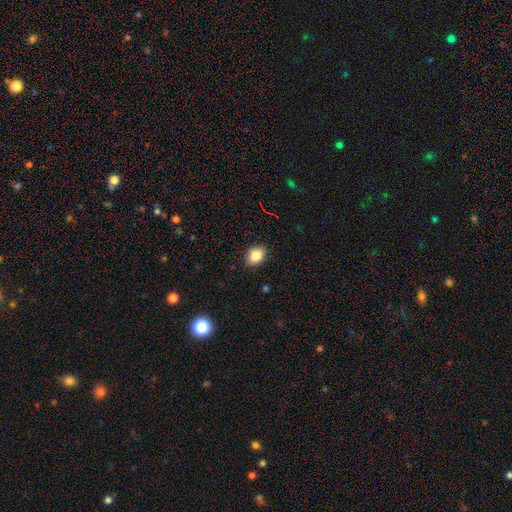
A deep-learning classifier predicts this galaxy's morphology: A smooth galaxy with no disk features (83%) that is in between round and cigar-shaped (63%).

Vote fractions:
- Smooth or featured? smooth: 83% / star or artifact: 10% / featured or disk: 7%
- How rounded? in between: 63% / round: 36% / cigar-shaped: 1%
- Merging? none: 86% / minor disturbance: 11% / major disturbance: 2% / merger: 1%